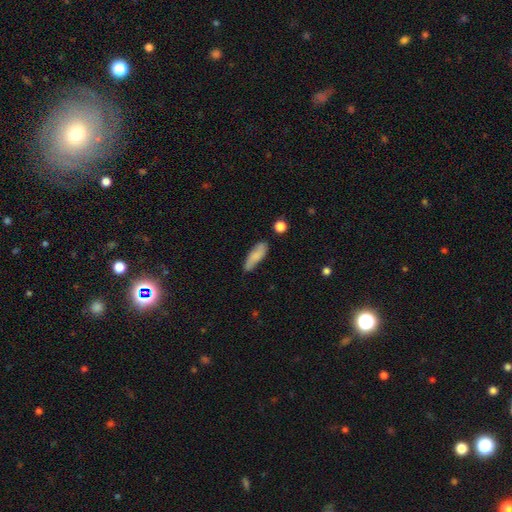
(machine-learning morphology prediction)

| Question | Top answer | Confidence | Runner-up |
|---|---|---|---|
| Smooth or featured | smooth | 79% | featured or disk (14%) |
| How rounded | in between | 57% | cigar-shaped (41%) |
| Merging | none | 73% | minor disturbance (20%) |